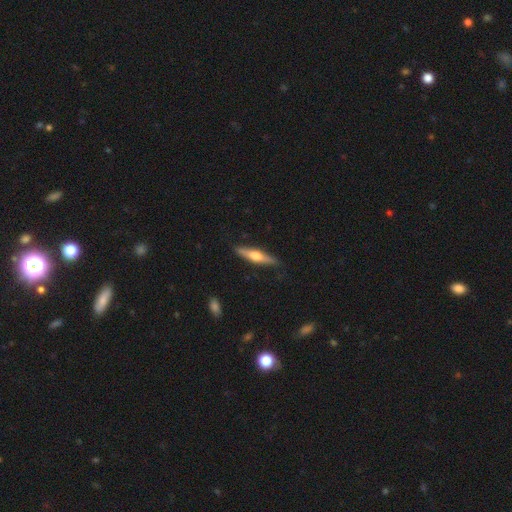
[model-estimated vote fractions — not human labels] Q: Smooth or featured?
A: featured or disk (60%); runner-up: smooth (35%)
Q: Edge-on disk?
A: yes (96%); runner-up: no (4%)
Q: Edge-on bulge?
A: rounded (92%); runner-up: boxy (5%)
Q: Merging?
A: none (88%); runner-up: minor disturbance (9%)